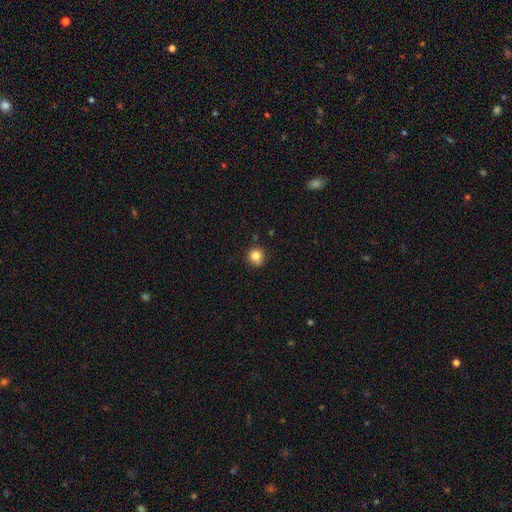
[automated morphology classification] A smooth galaxy with no disk features (83%) that is round (91%). Merging: none (79%).